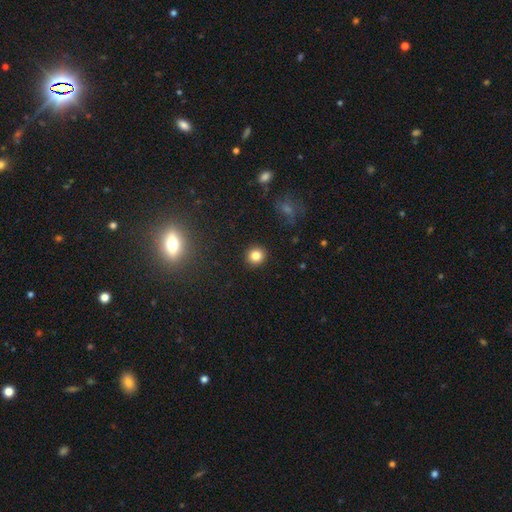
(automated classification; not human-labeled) Smooth or featured? Predicted: smooth (p=0.82). How rounded? Predicted: round (p=0.90). Merging? Predicted: none (p=0.92).